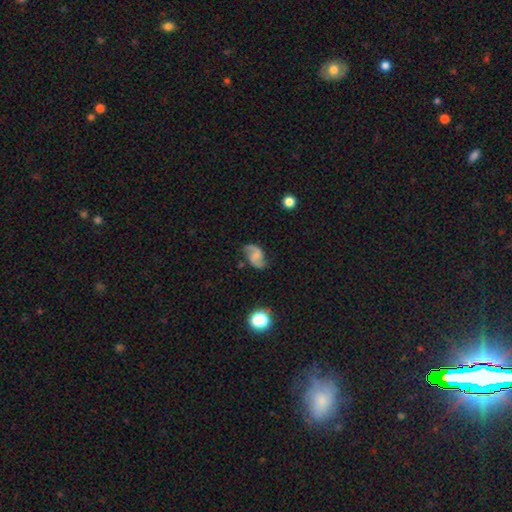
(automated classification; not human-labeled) This is likely a featured or disk galaxy (73%). It is clearly not viewed edge-on (98%). Bar: possibly no (46%). Spiral arm pattern: clearly yes (94%). Spiral arm count: clearly 2 (91%). Spiral winding: likely loose (63%). Central bulge: possibly none (57%). Merging: likely none (71%).